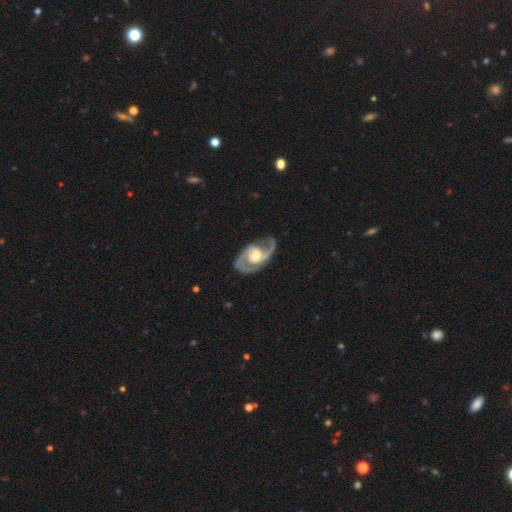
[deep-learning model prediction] Smooth or featured? Predicted: featured or disk (p=0.90). Edge-on disk? Predicted: no (p=0.97). Bar? Predicted: no (p=0.53). Spiral arms? Predicted: yes (p=0.97). Spiral winding? Predicted: medium (p=0.57). Spiral arm count? Predicted: 2 (p=0.90). Bulge size? Predicted: moderate (p=0.63). Merging? Predicted: none (p=0.73).